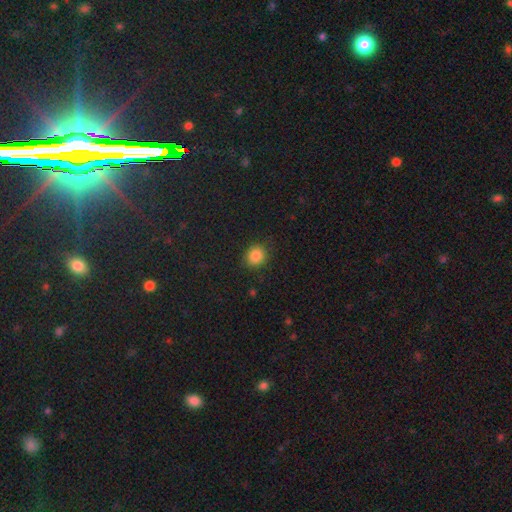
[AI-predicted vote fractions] Smooth or featured? smooth (85%)
How rounded? round (72%)
Merging? none (85%)